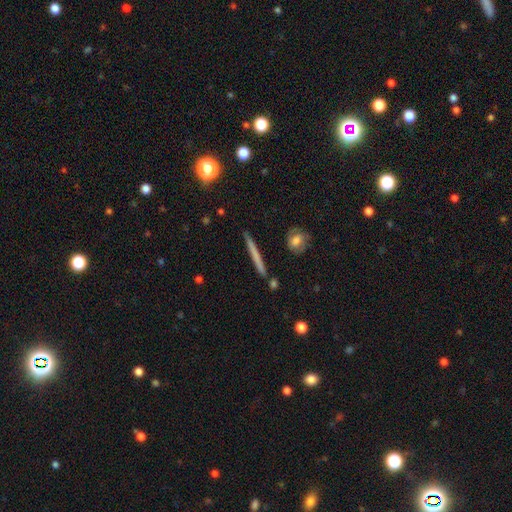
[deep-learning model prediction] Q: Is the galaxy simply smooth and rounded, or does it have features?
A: smooth — 53%.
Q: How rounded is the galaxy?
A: cigar-shaped — 95%.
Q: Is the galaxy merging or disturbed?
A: none — 89%.